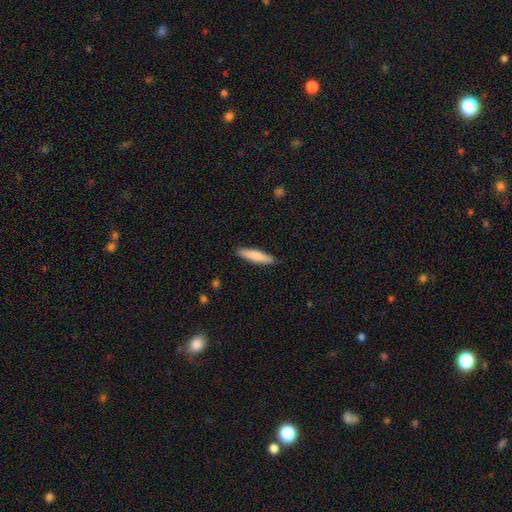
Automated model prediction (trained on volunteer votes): Q: Smooth or featured?
A: smooth (81%); runner-up: featured or disk (14%)
Q: How rounded?
A: cigar-shaped (78%); runner-up: in between (20%)
Q: Merging?
A: none (89%); runner-up: minor disturbance (8%)